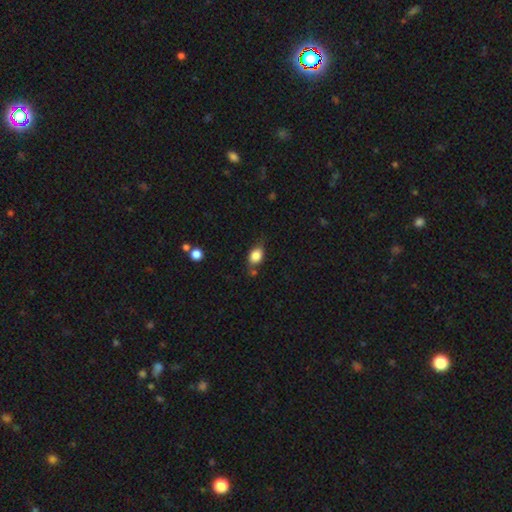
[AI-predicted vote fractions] Smooth or featured: smooth — 84% (star or artifact — 9%)
How rounded: in between — 73% (round — 25%)
Merging: none — 64% (minor disturbance — 24%)